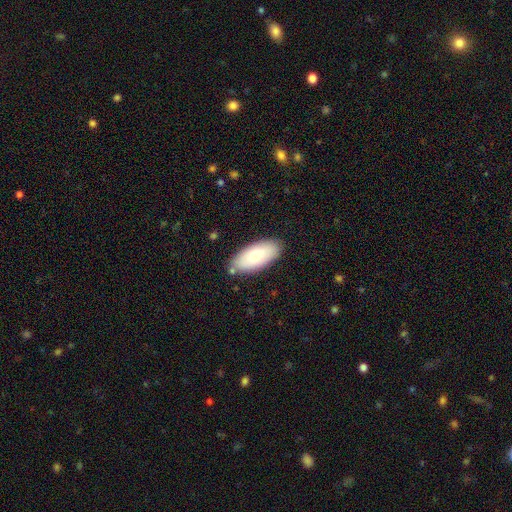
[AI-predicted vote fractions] The model was most divided on "smooth or featured": smooth: 72%, featured or disk: 22%, star or artifact: 6%. More confident: how rounded — in between (90%); merging — none (82%).